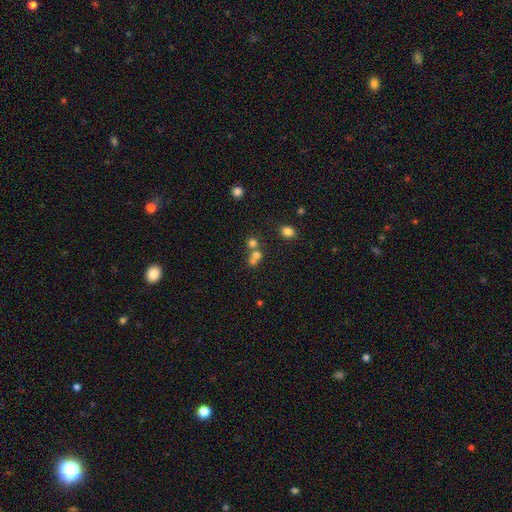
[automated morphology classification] smooth_or_featured: smooth (p=0.67) [alt: star or artifact p=0.18]
how_rounded: round (p=0.77) [alt: in between p=0.21]
merging: merger (p=0.55) [alt: none p=0.35]